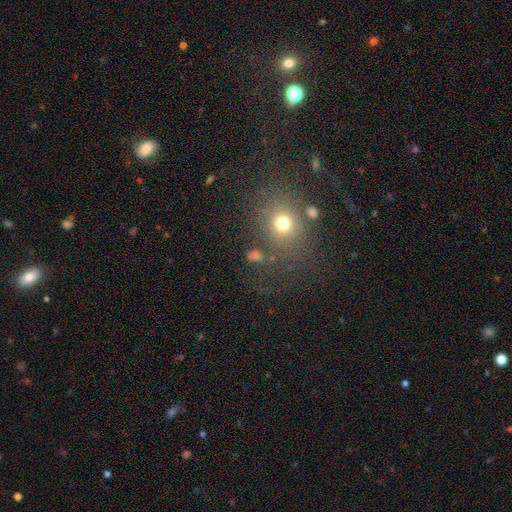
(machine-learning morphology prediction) Q: Smooth or featured?
A: smooth (62%); runner-up: star or artifact (26%)
Q: How rounded?
A: round (69%); runner-up: in between (29%)
Q: Merging?
A: none (67%); runner-up: minor disturbance (13%)